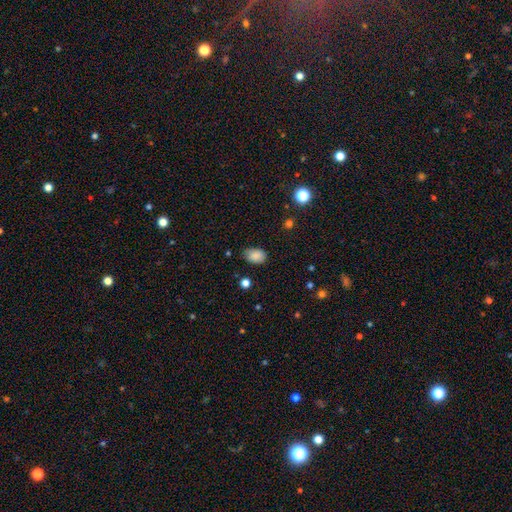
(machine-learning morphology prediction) Smooth or featured: smooth — 87% (star or artifact — 9%)
How rounded: in between — 84% (round — 15%)
Merging: none — 73% (minor disturbance — 22%)